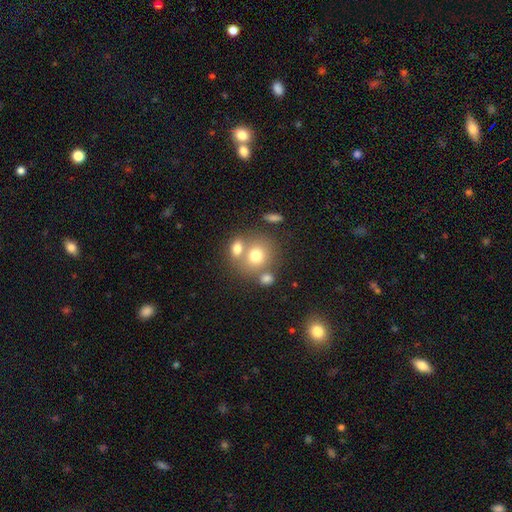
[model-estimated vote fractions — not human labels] Smooth or featured?
  - smooth: 73% *
  - featured or disk: 16%
  - star or artifact: 11%
How rounded?
  - round: 75% *
  - in between: 24%
  - cigar-shaped: 1%
Merging?
  - none: 46% *
  - merger: 40%
  - minor disturbance: 10%
  - major disturbance: 4%